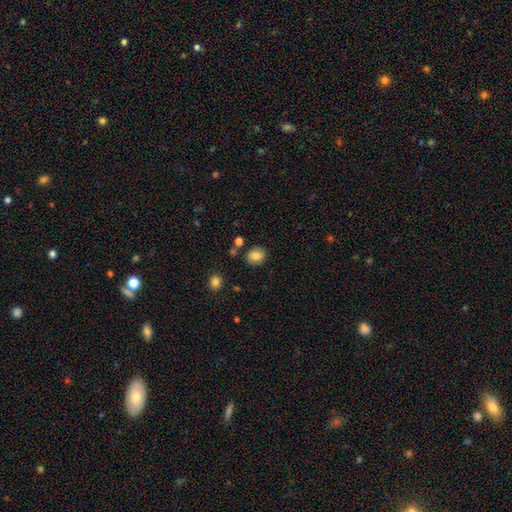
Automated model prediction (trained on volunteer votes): Smooth or featured: smooth — 83% (star or artifact — 9%)
How rounded: round — 64% (in between — 35%)
Merging: none — 84% (minor disturbance — 10%)